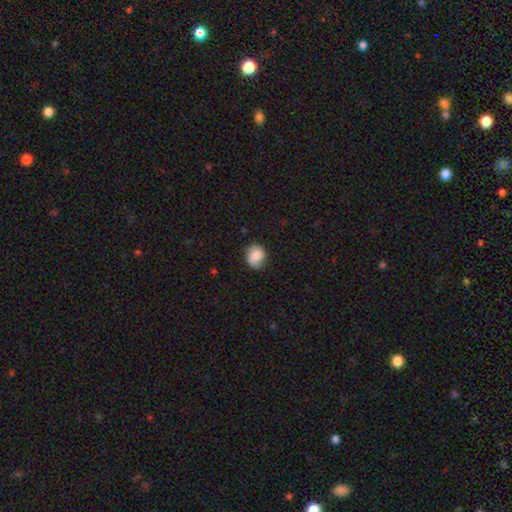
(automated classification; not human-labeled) The model was most divided on "how rounded": round: 64%, in between: 35%, cigar-shaped: 1%. More confident: smooth or featured — smooth (79%); merging — none (76%).